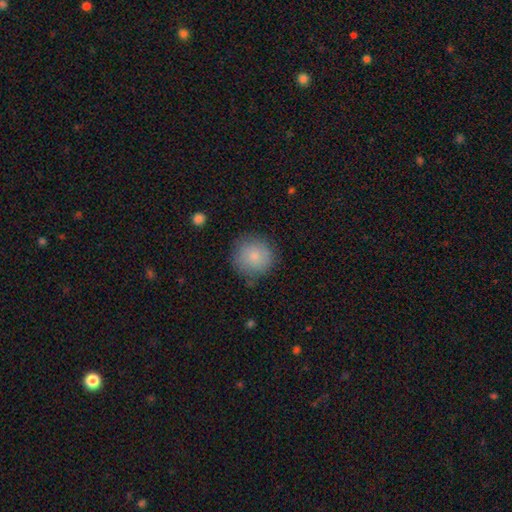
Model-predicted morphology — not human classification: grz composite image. It shows a smooth galaxy with no disk features (83%) that is round (93%). Merging: none (82%).